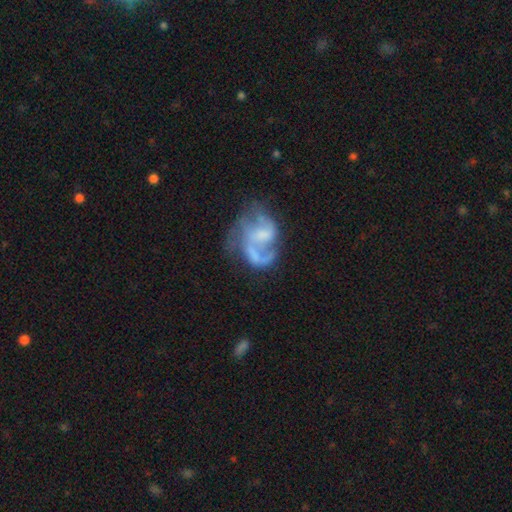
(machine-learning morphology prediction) smooth-or-featured: featured or disk: 72% | smooth: 20% | star or artifact: 9%
  disk-edge-on: no: 98% | yes: 2%
    bar: no: 52% | weak: 38% | strong: 11%
    has-spiral-arms: yes: 74% | no: 26%
      spiral-winding: loose: 48% | medium: 38% | tight: 14%
      spiral-arm-count: 2: 38% | 1: 36% | can't tell: 14% | 3: 7% | 4: 3% | more than 4: 3%
    bulge-size: none: 40% | small: 26% | moderate: 26% | large: 6% | dominant: 2%
  merging: major disturbance: 40% | none: 32% | minor disturbance: 18% | merger: 10%